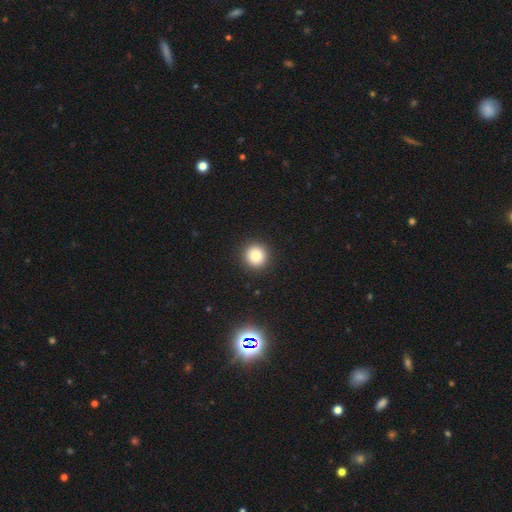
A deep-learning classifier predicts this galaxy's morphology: Smooth or featured?
  - smooth: 82% *
  - star or artifact: 11%
  - featured or disk: 7%
How rounded?
  - round: 94% *
  - in between: 5%
  - cigar-shaped: 1%
Merging?
  - none: 92% *
  - minor disturbance: 5%
  - major disturbance: 2%
  - merger: 1%